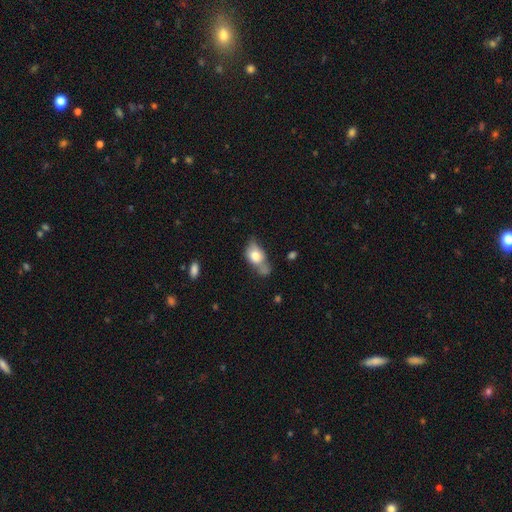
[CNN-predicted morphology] This appears to be a smooth galaxy with no disk features (70%) that is in between round and cigar-shaped (77%). Merging: none (31%).